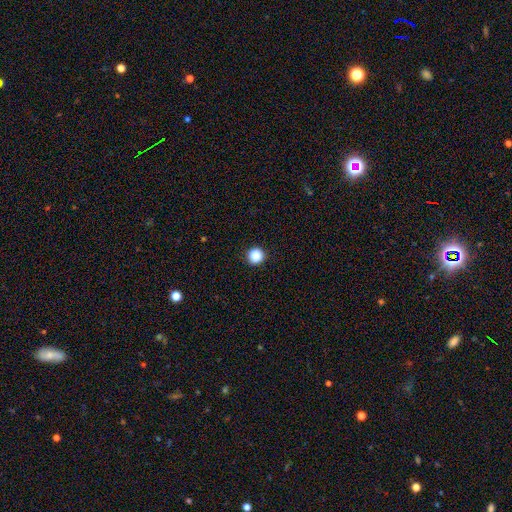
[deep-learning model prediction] smooth_or_featured: smooth (p=0.88) [alt: star or artifact p=0.09]
how_rounded: round (p=0.96) [alt: in between p=0.03]
merging: none (p=0.93) [alt: minor disturbance p=0.04]